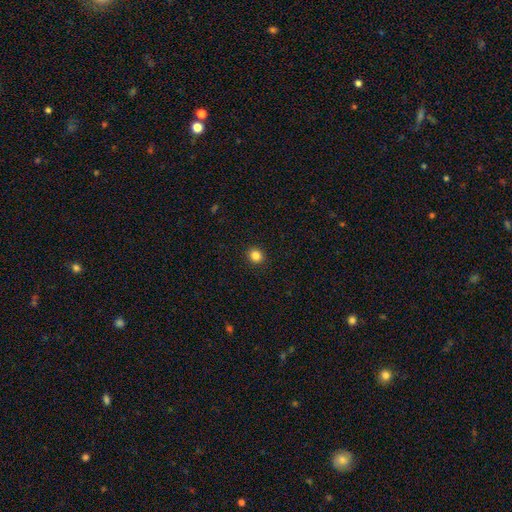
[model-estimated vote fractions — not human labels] Q: Smooth or featured?
A: smooth (84%); runner-up: star or artifact (11%)
Q: How rounded?
A: round (84%); runner-up: in between (16%)
Q: Merging?
A: none (92%); runner-up: minor disturbance (5%)